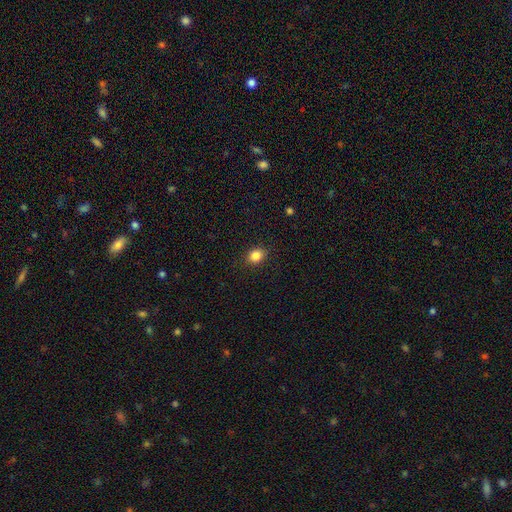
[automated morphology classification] A smooth galaxy with no disk features (85%) that is round (56%).

Vote fractions:
- Smooth or featured? smooth: 85% / star or artifact: 10% / featured or disk: 5%
- How rounded? round: 56% / in between: 43% / cigar-shaped: 1%
- Merging? none: 88% / minor disturbance: 9% / major disturbance: 2% / merger: 1%